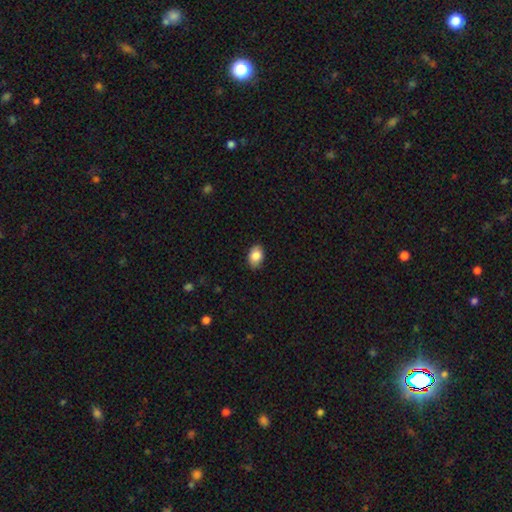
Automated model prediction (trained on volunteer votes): Morphology: type=smooth (86%); roundness=in between (83%); merging=none (86%).